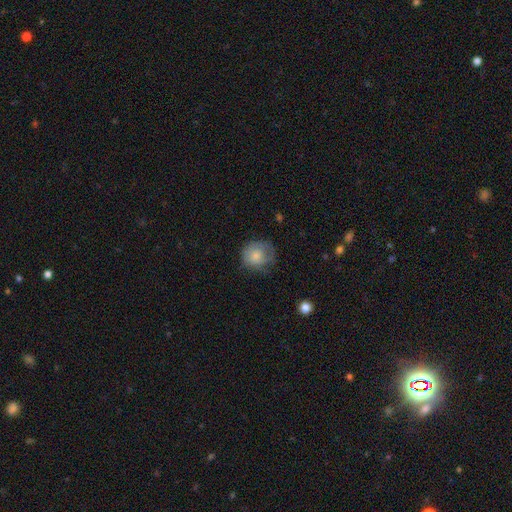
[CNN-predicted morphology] Q: Smooth or featured?
A: smooth (70%); runner-up: featured or disk (22%)
Q: How rounded?
A: round (79%); runner-up: in between (20%)
Q: Merging?
A: none (54%); runner-up: minor disturbance (30%)